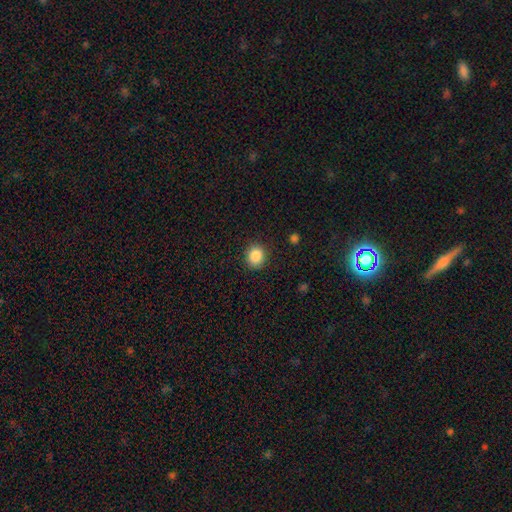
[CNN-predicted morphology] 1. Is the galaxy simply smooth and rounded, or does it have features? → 87% smooth, 9% star or artifact, 4% featured or disk.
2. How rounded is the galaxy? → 74% round, 25% in between, 1% cigar-shaped.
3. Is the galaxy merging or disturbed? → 88% none, 8% minor disturbance, 3% major disturbance, 1% merger.